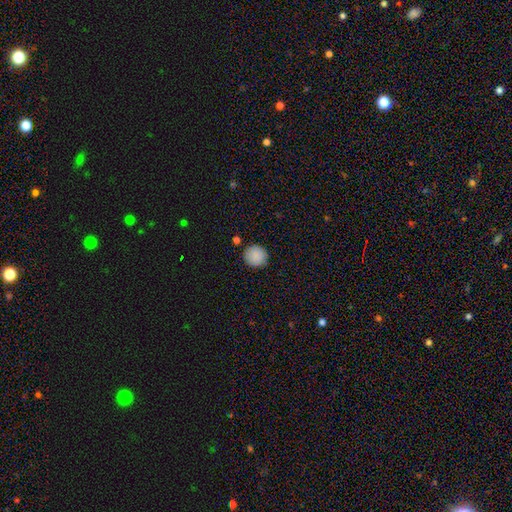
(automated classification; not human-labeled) Morphology: type=smooth (88%); roundness=round (92%); merging=none (89%).